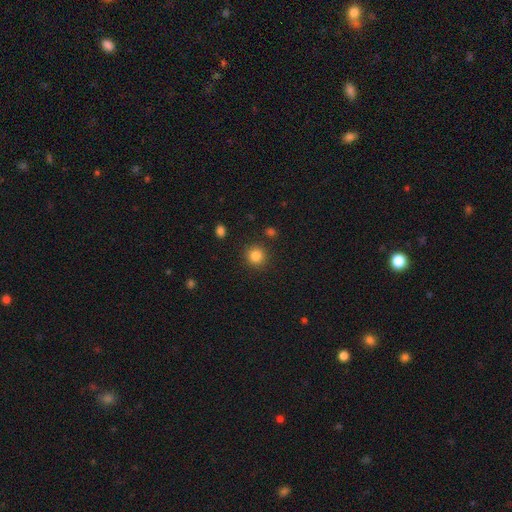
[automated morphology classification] Overall: smooth (84%). How rounded: round (92%). Merging: none (88%).